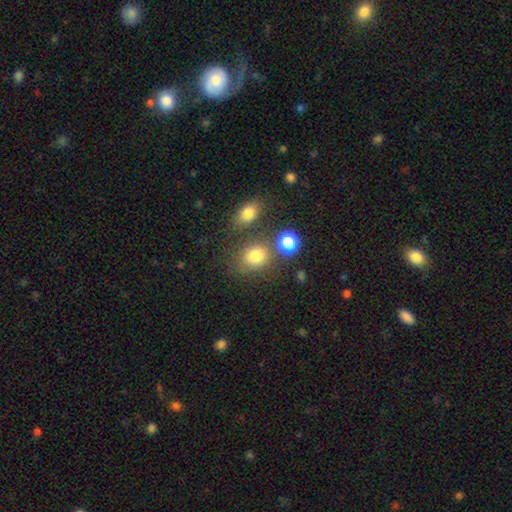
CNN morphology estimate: Smooth or featured: smooth — 79% (star or artifact — 13%)
How rounded: round — 60% (in between — 39%)
Merging: none — 63% (merger — 17%)